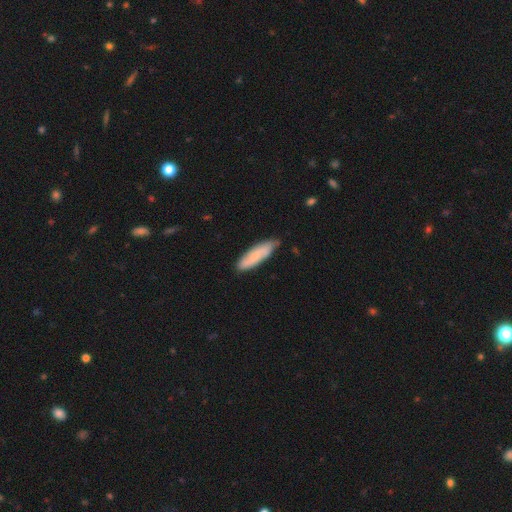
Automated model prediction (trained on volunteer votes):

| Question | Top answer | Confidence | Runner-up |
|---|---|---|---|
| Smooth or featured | smooth | 67% | featured or disk (27%) |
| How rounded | cigar-shaped | 62% | in between (37%) |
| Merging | none | 75% | minor disturbance (21%) |